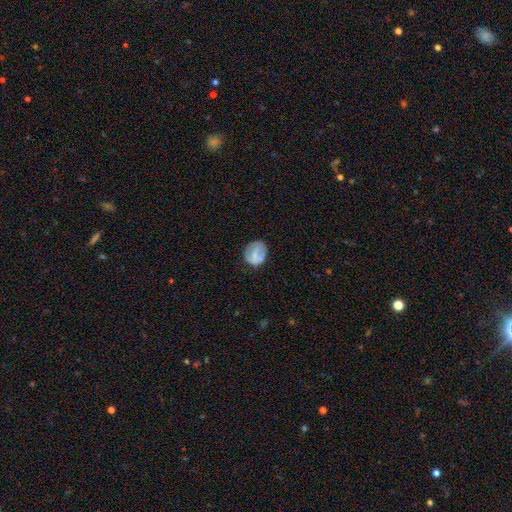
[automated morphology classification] Smooth or featured? Predicted: smooth (p=0.61). How rounded? Predicted: round (p=0.70). Merging? Predicted: none (p=0.68).